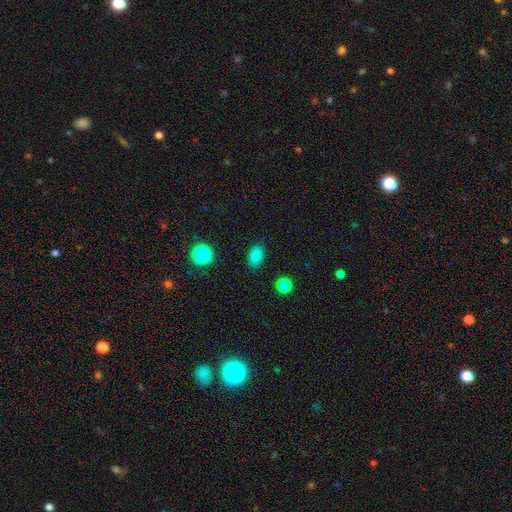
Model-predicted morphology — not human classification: smooth-or-featured: smooth: 82% | star or artifact: 11% | featured or disk: 6%
  how-rounded: in between: 86% | round: 12% | cigar-shaped: 2%
  merging: none: 86% | minor disturbance: 10% | major disturbance: 3% | merger: 1%